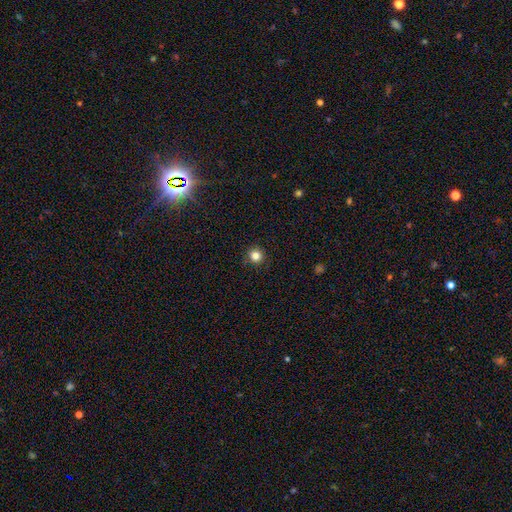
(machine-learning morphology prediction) The model was most divided on "smooth or featured": smooth: 83%, star or artifact: 12%, featured or disk: 5%. More confident: how rounded — round (95%); merging — none (91%).